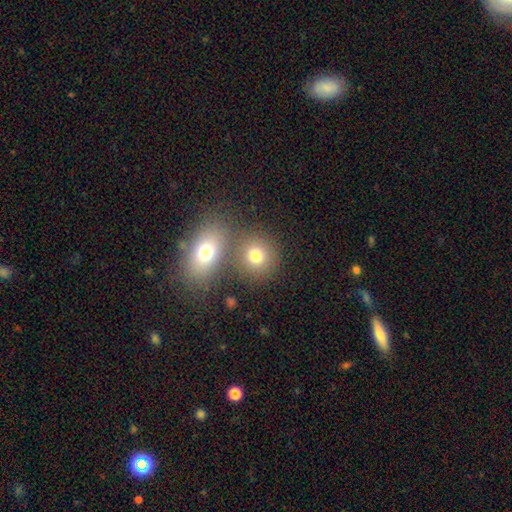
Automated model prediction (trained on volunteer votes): This is likely a smooth galaxy (75%). How rounded: clearly round (81%). Merging: possibly none (59%).